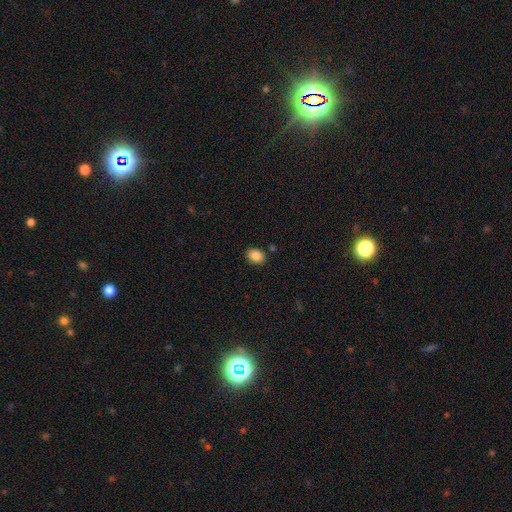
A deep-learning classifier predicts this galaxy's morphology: Smooth or featured: smooth — 87% (star or artifact — 9%)
How rounded: in between — 65% (round — 34%)
Merging: none — 86% (minor disturbance — 9%)